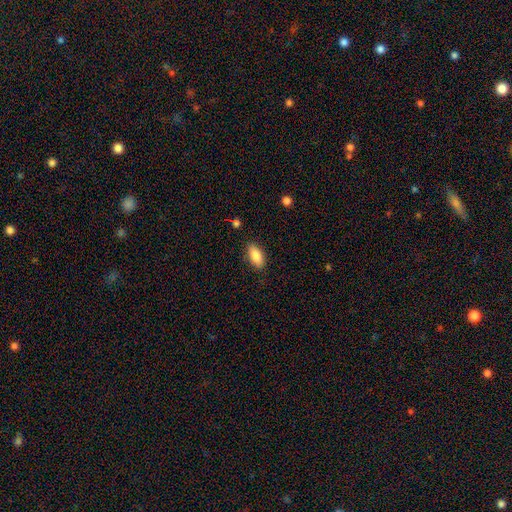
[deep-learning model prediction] This is clearly a smooth galaxy (85%). How rounded: clearly in between (87%). Merging: clearly none (85%).